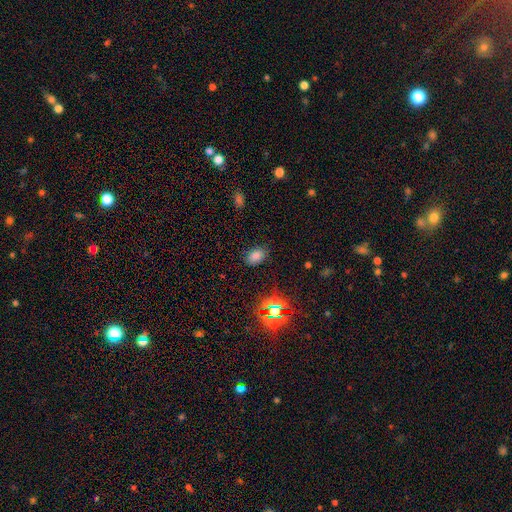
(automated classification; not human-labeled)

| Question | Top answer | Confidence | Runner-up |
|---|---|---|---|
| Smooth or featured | smooth | 75% | star or artifact (19%) |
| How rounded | in between | 83% | round (16%) |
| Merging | none | 84% | minor disturbance (11%) |